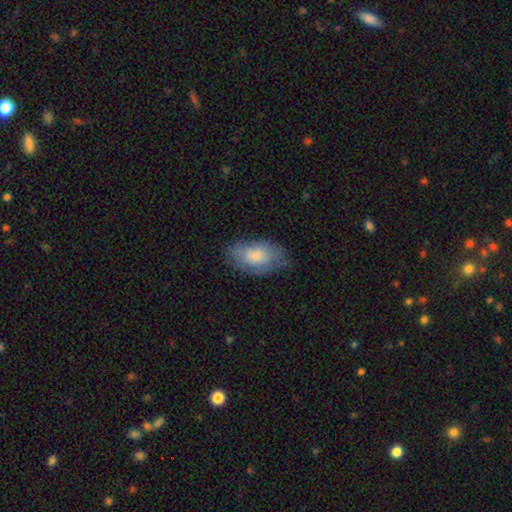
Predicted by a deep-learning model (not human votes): Smooth or featured? Predicted: smooth (p=0.72). How rounded? Predicted: in between (p=0.93). Merging? Predicted: none (p=0.64).